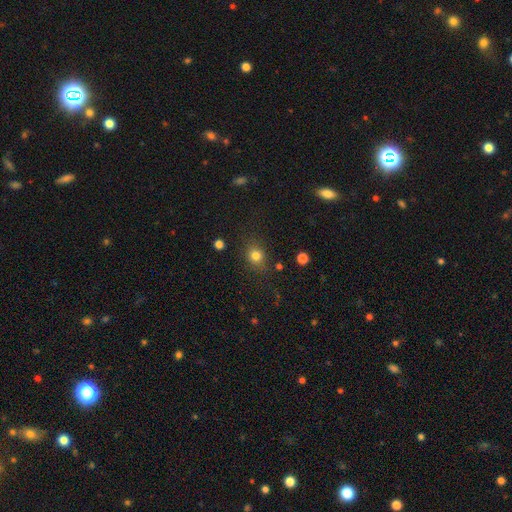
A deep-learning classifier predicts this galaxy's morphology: Overall: smooth (80%). How rounded: round (70%). Merging: none (79%).